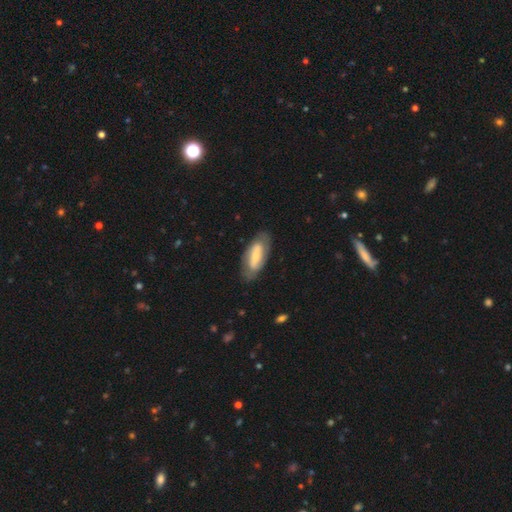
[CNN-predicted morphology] A smooth galaxy with no disk features (47%, tied with featured or disk).

Vote fractions:
- Smooth or featured? smooth: 47% (tied) / featured or disk: 47% (tied) / star or artifact: 6%
- Merging? none: 76% / minor disturbance: 17% / major disturbance: 6% / merger: 2%